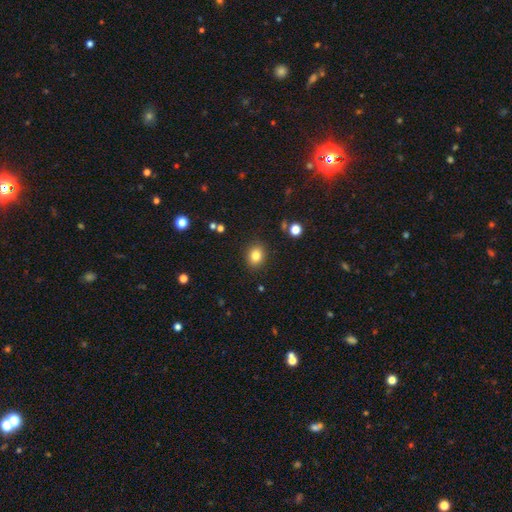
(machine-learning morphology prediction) A smooth galaxy with no disk features (82%) that is round (61%). Merging: none (88%).